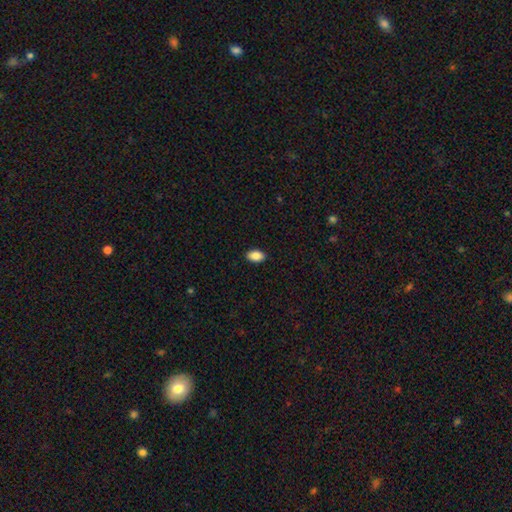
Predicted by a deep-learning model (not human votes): Morphology: type=smooth (88%); roundness=in between (92%); merging=none (90%).